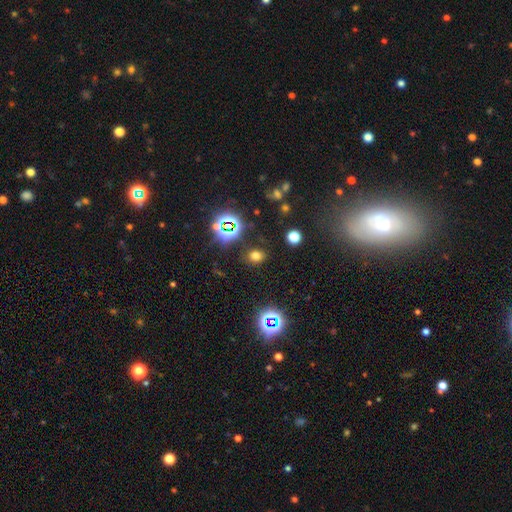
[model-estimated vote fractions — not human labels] smooth_or_featured: smooth (p=0.64) [alt: star or artifact p=0.28]
how_rounded: round (p=0.55) [alt: in between p=0.44]
merging: none (p=0.84) [alt: minor disturbance p=0.09]